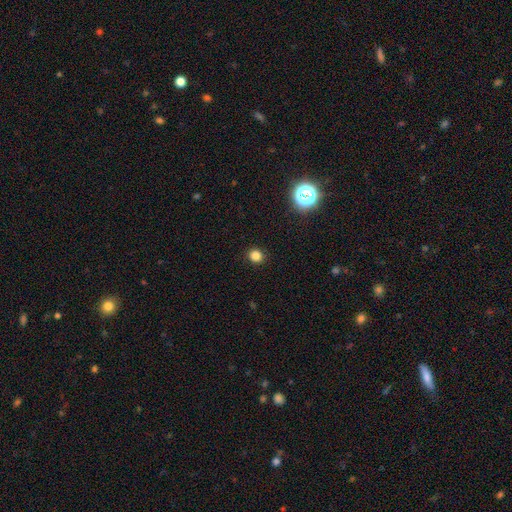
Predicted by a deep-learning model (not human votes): This is clearly a smooth galaxy (82%). How rounded: clearly round (83%). Merging: clearly none (91%).